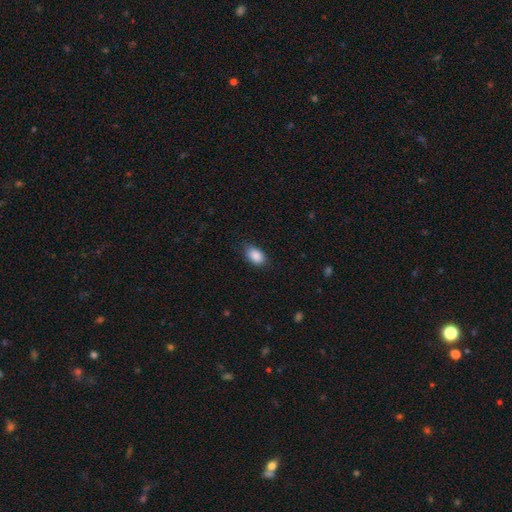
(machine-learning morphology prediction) The model was most divided on "merging": none: 81%, minor disturbance: 15%, major disturbance: 3%, merger: 1%. More confident: how rounded — in between (90%); smooth or featured — smooth (89%).